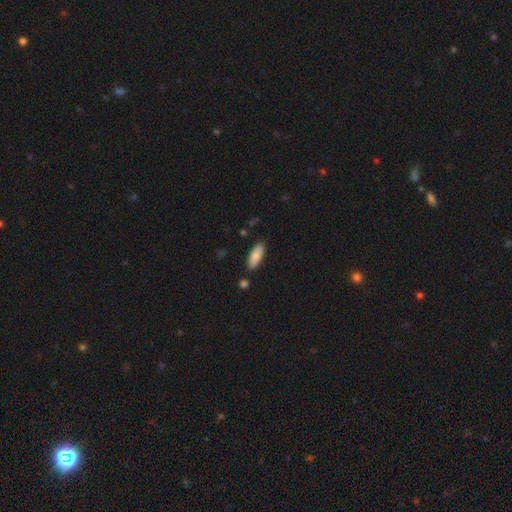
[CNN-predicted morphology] A smooth galaxy with no disk features (85%) that is in between round and cigar-shaped (74%).

Vote fractions:
- Smooth or featured? smooth: 85% / featured or disk: 9% / star or artifact: 6%
- How rounded? in between: 74% / cigar-shaped: 24% / round: 2%
- Merging? none: 85% / minor disturbance: 10% / merger: 3% / major disturbance: 2%